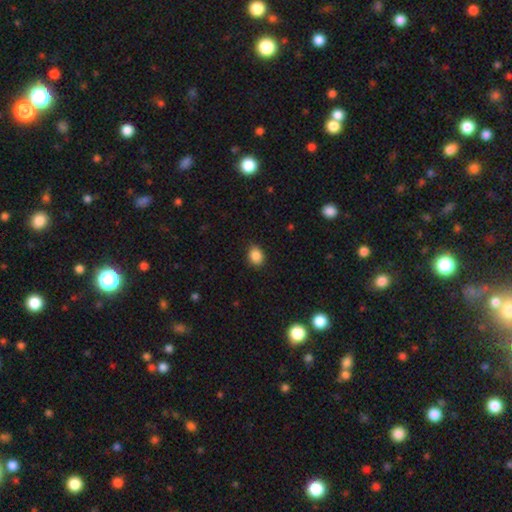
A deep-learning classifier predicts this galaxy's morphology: smooth 87%, star or artifact 10%, featured or disk 4%. Down the decision tree: how rounded — in between (59%); merging — none (85%).